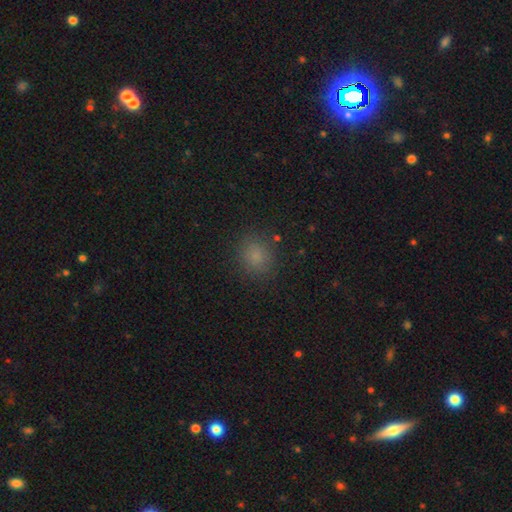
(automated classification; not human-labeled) Smooth or featured?
  - smooth: 80% *
  - star or artifact: 15%
  - featured or disk: 5%
How rounded?
  - round: 78% *
  - in between: 21%
  - cigar-shaped: 1%
Merging?
  - none: 86% *
  - minor disturbance: 9%
  - major disturbance: 3%
  - merger: 1%